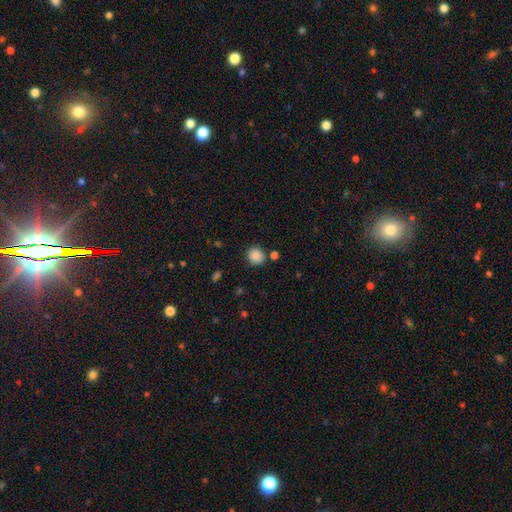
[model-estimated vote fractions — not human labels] Smooth or featured: smooth — 87% (star or artifact — 9%)
How rounded: round — 85% (in between — 14%)
Merging: none — 82% (minor disturbance — 9%)